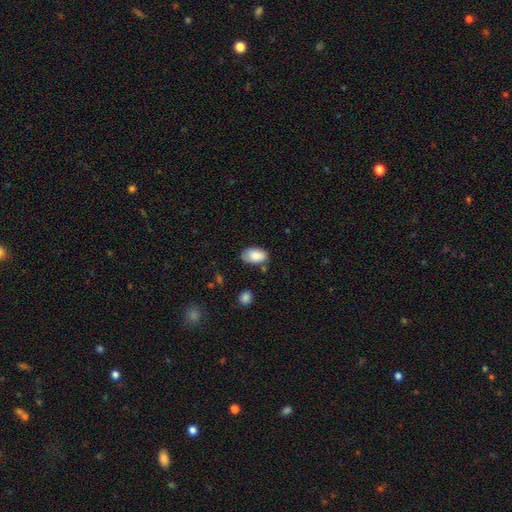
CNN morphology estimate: This appears to be a smooth galaxy with no disk features (85%) that is in between round and cigar-shaped (93%). Merging: none (69%).